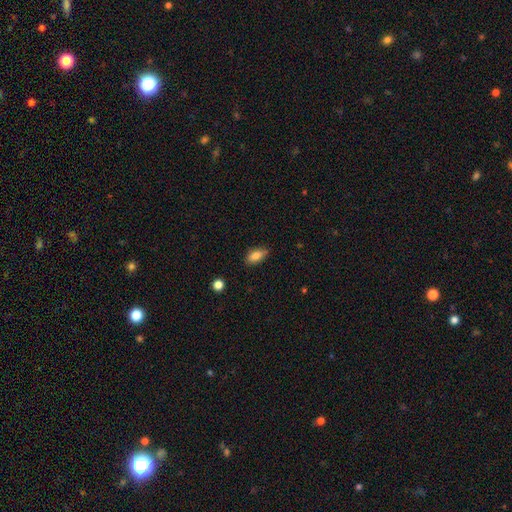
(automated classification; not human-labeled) This is clearly a smooth galaxy (82%). How rounded: clearly in between (88%). Merging: likely none (79%).